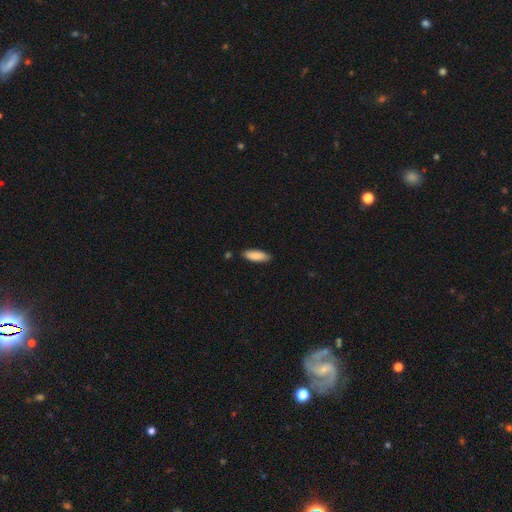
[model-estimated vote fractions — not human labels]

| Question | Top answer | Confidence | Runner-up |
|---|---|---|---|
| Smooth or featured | smooth | 88% | featured or disk (7%) |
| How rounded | in between | 62% | cigar-shaped (36%) |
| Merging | none | 85% | minor disturbance (11%) |